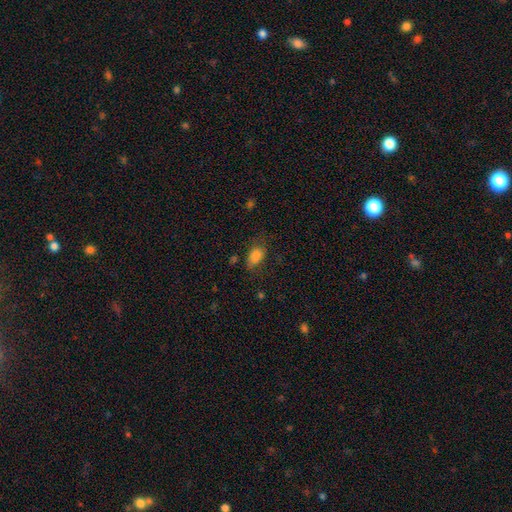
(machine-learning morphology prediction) Smooth or featured? smooth (82%)
How rounded? in between (87%)
Merging? none (61%)